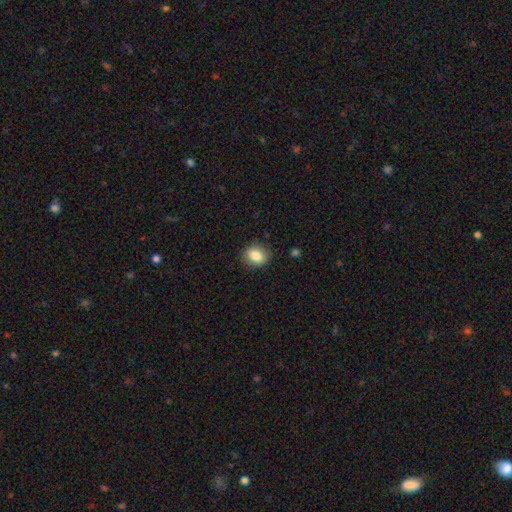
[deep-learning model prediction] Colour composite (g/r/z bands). It shows a smooth galaxy with no disk features (84%) that is round (49%, tied with in between). Merging: none (85%).